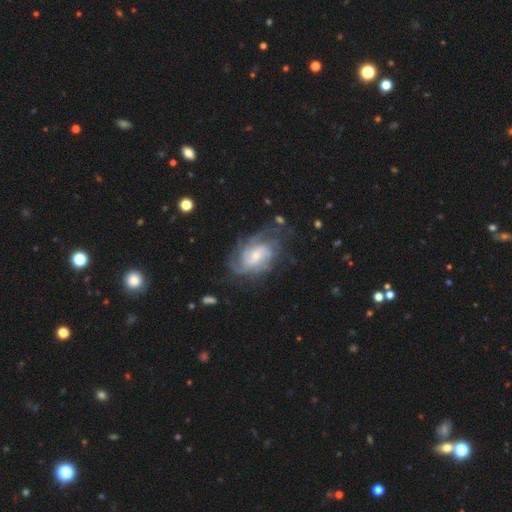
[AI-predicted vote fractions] featured or disk 84%, smooth 9%, star or artifact 6%. Down the decision tree: edge-on disk — no (97%); bar — no (53%); spiral arms — yes (95%); spiral arm count — can't tell (34%); spiral winding — tight (56%); bulge size — small (58%); merging — none (67%).